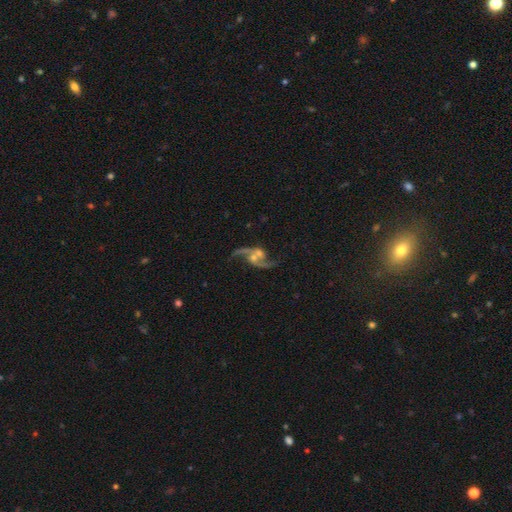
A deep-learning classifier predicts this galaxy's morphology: This is clearly a featured or disk galaxy (88%). It is clearly not viewed edge-on (97%). Bar: possibly no (58%). Spiral arm pattern: clearly yes (95%). Spiral arm count: clearly 2 (92%). Spiral winding: likely loose (79%). Central bulge: marginally small (43%). Merging: possibly none (49%).